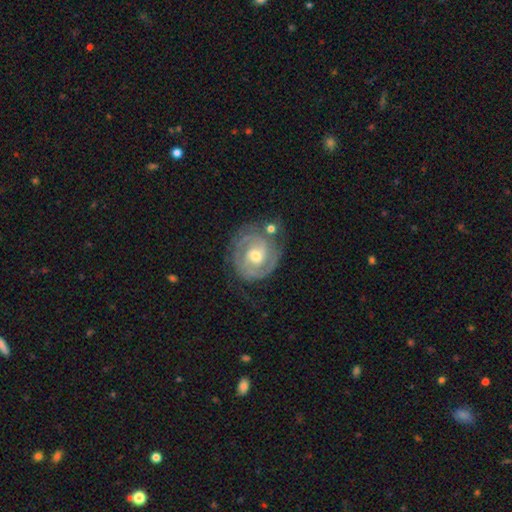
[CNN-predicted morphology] Q: Smooth or featured?
A: featured or disk (86%); runner-up: smooth (9%)
Q: Edge-on disk?
A: no (98%); runner-up: yes (2%)
Q: Bar?
A: weak (47%); runner-up: no (41%)
Q: Spiral arms?
A: yes (95%); runner-up: no (5%)
Q: Spiral winding?
A: tight (66%); runner-up: medium (28%)
Q: Spiral arm count?
A: 2 (67%); runner-up: can't tell (13%)
Q: Bulge size?
A: moderate (68%); runner-up: small (26%)
Q: Merging?
A: none (69%); runner-up: minor disturbance (18%)